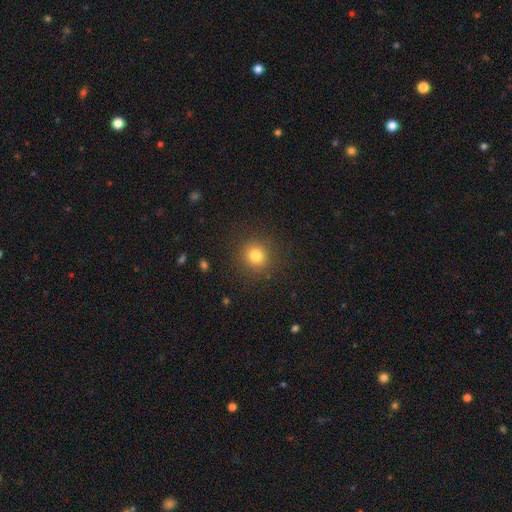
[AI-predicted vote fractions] Smooth or featured? Predicted: smooth (p=0.79). How rounded? Predicted: round (p=0.91). Merging? Predicted: none (p=0.88).